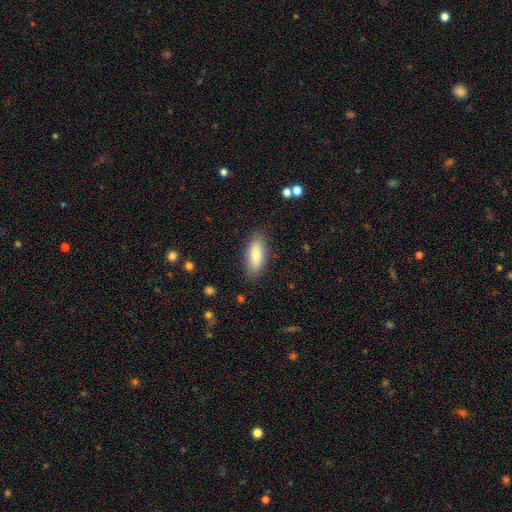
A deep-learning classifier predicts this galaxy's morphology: Smooth or featured?
  - smooth: 80% *
  - featured or disk: 13%
  - star or artifact: 6%
How rounded?
  - in between: 76% *
  - cigar-shaped: 22%
  - round: 2%
Merging?
  - none: 85% *
  - minor disturbance: 11%
  - major disturbance: 3%
  - merger: 1%